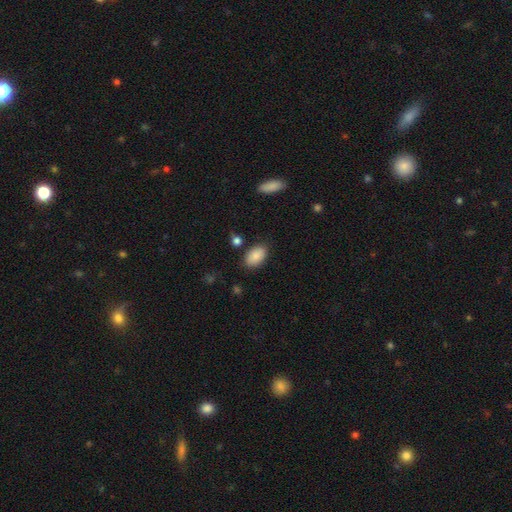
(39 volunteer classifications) smooth 92%, star or artifact 5%, featured or disk 3%. Down the decision tree: how rounded — in between (97%); merging — none (95%).